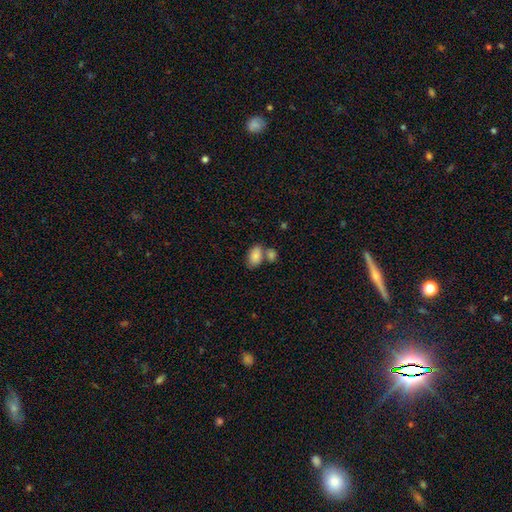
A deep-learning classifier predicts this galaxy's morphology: This is clearly a smooth galaxy (85%). How rounded: clearly in between (90%). Merging: marginally none (42%).